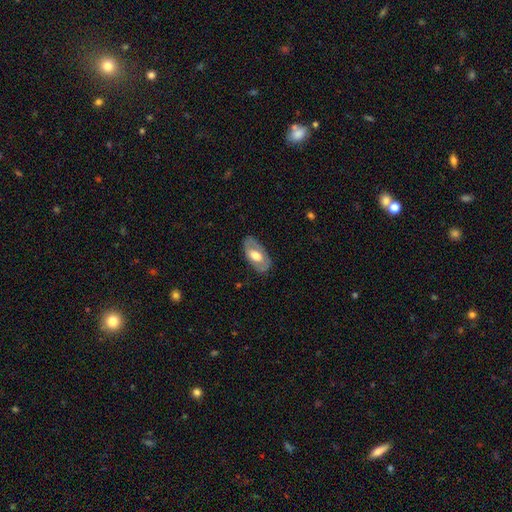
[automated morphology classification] featured or disk 50%, smooth 45%, star or artifact 5%. Down the decision tree: merging — none (78%).